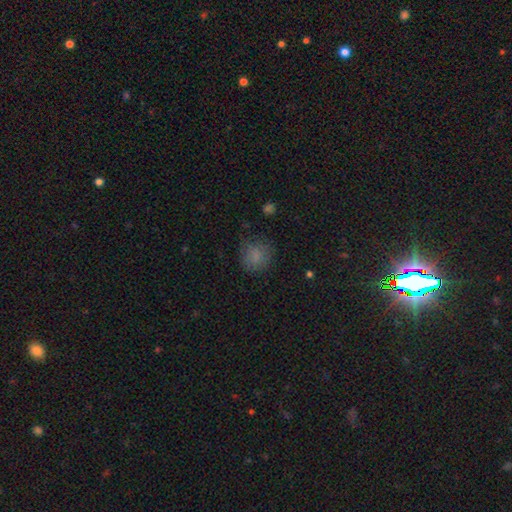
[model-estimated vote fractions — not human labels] This is likely a smooth galaxy (77%). How rounded: clearly round (81%). Merging: likely none (71%).